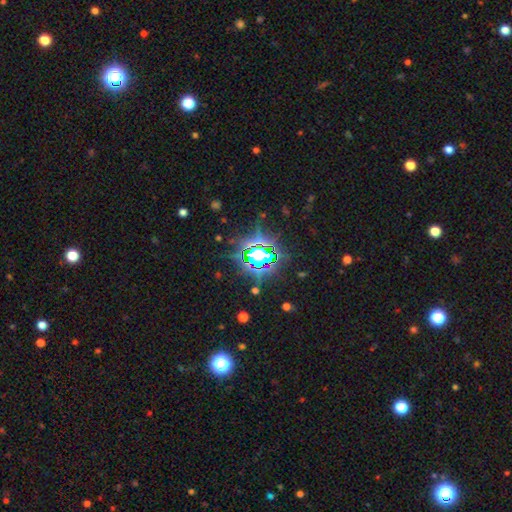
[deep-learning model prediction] smooth-or-featured: star or artifact: 75% | smooth: 14% | featured or disk: 11%